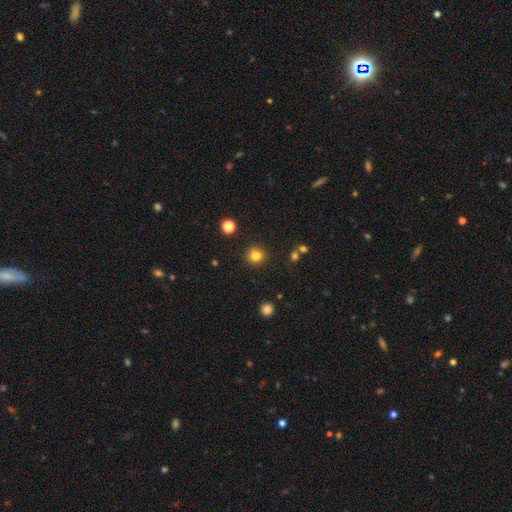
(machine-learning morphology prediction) Overall: smooth (81%). How rounded: round (91%). Merging: none (88%).